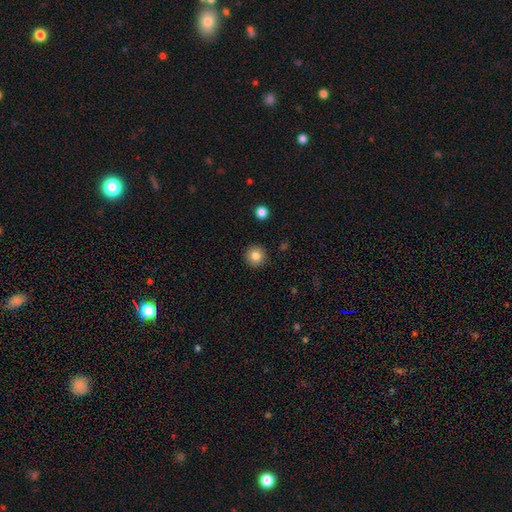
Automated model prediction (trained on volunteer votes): Q: Smooth or featured?
A: smooth (83%); runner-up: star or artifact (11%)
Q: How rounded?
A: round (95%); runner-up: in between (4%)
Q: Merging?
A: none (92%); runner-up: minor disturbance (5%)